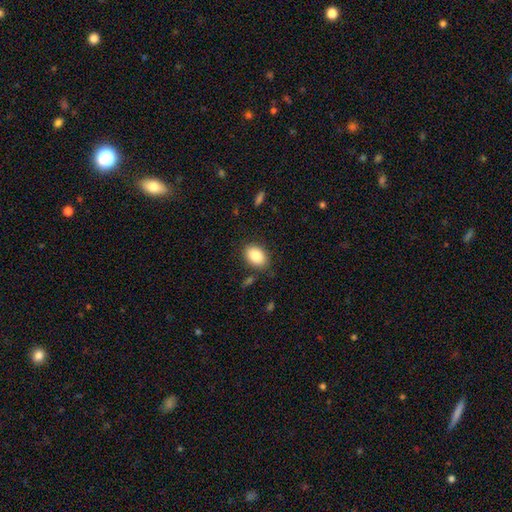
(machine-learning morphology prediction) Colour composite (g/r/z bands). It shows a smooth galaxy with no disk features (86%) that is in between round and cigar-shaped (84%). Merging: none (83%).